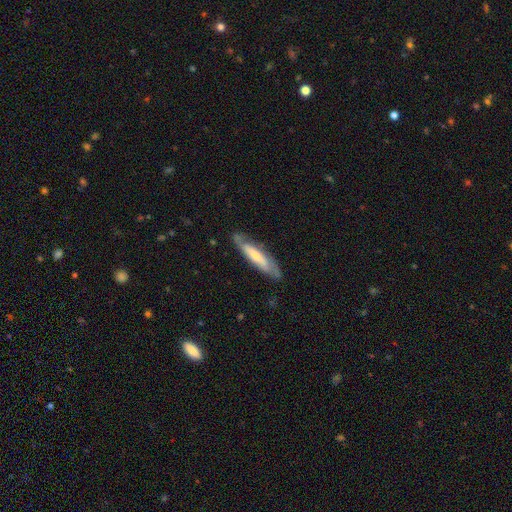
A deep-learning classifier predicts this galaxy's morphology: Smooth or featured: featured or disk — 49% (smooth — 46%)
Merging: none — 75% (minor disturbance — 19%)